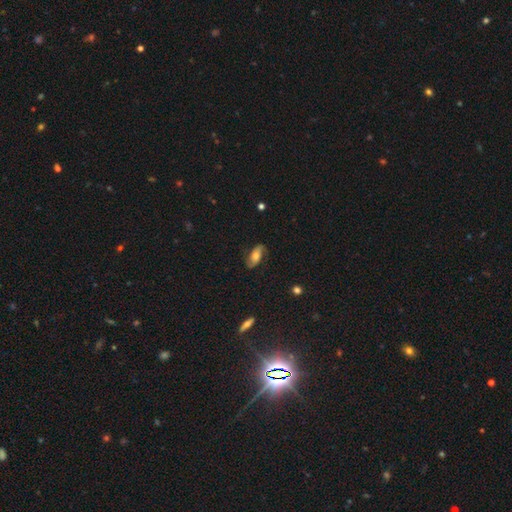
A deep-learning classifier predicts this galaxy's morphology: Smooth or featured: featured or disk — 60% (smooth — 32%)
Edge-on disk: no — 91% (yes — 9%)
Bar: no — 64% (weak — 26%)
Spiral arms: yes — 90% (no — 10%)
Bulge size: moderate — 57% (small — 24%)
Merging: none — 77% (minor disturbance — 16%)